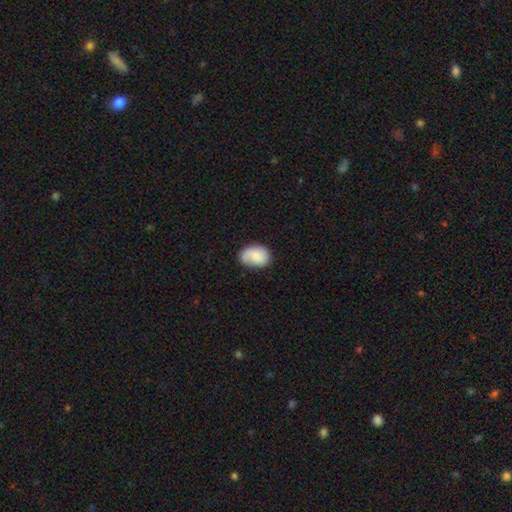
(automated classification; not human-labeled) This is likely a smooth galaxy (73%). How rounded: likely in between (71%). Merging: likely none (61%).